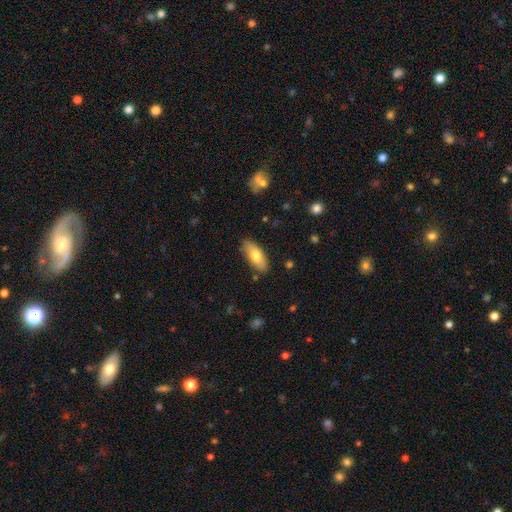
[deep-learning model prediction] This is likely a smooth galaxy (73%). How rounded: likely in between (78%). Merging: clearly none (83%).